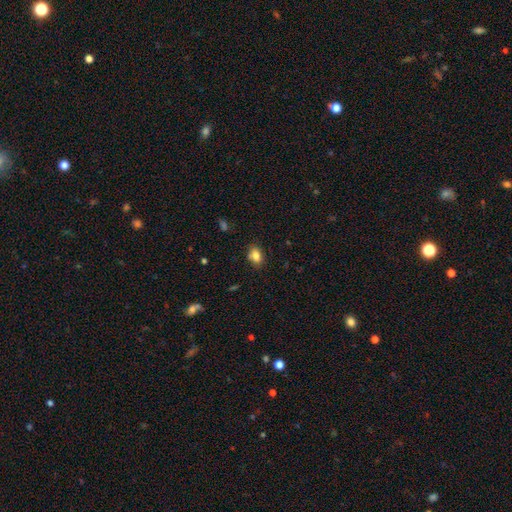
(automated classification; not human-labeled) The model was most divided on "how rounded": in between: 76%, round: 22%, cigar-shaped: 2%. More confident: smooth or featured — smooth (82%); merging — none (80%).